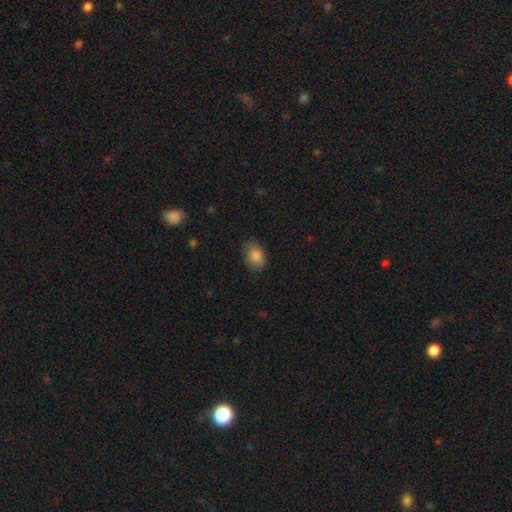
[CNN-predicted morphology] This appears to be a smooth galaxy with no disk features (86%) that is in between round and cigar-shaped (75%). Merging: none (75%).